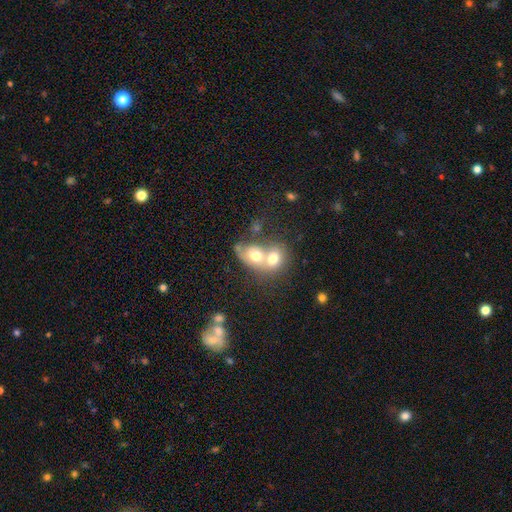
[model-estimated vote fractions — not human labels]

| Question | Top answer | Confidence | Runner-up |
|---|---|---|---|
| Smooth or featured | smooth | 65% | featured or disk (25%) |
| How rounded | in between | 56% | round (43%) |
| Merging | merger | 73% | none (16%) |